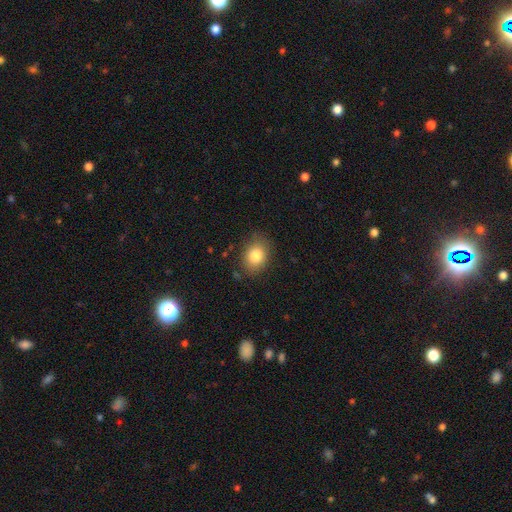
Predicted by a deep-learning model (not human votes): A smooth galaxy with no disk features (83%) that is in between round and cigar-shaped (58%). Merging: none (81%).